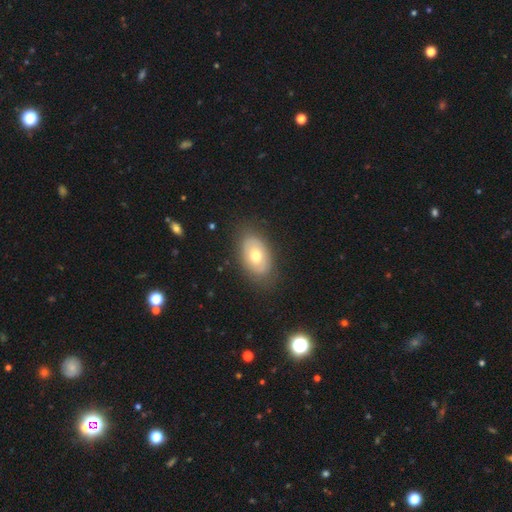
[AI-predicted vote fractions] smooth-or-featured: smooth: 60% | featured or disk: 33% | star or artifact: 7%
  how-rounded: in between: 89% | round: 9% | cigar-shaped: 1%
  merging: none: 82% | minor disturbance: 13% | major disturbance: 4% | merger: 1%